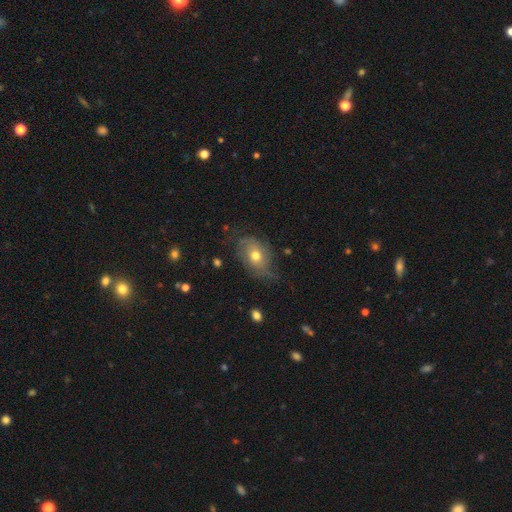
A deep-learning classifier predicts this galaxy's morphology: A smooth galaxy with no disk features (49%). Merging: none (56%).